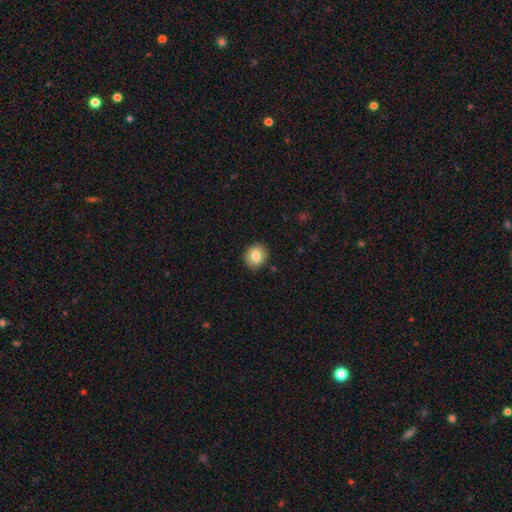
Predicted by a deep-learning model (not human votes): The model was most divided on "how rounded": round: 80%, in between: 19%, cigar-shaped: 1%. More confident: merging — none (89%); smooth or featured — smooth (80%).